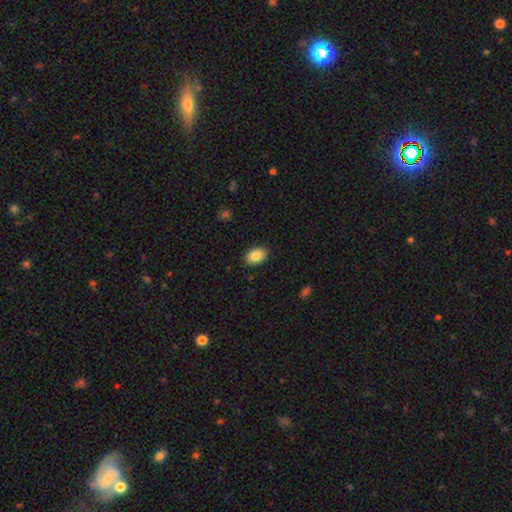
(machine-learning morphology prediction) Smooth or featured: smooth — 86% (star or artifact — 7%)
How rounded: in between — 87% (round — 12%)
Merging: none — 87% (minor disturbance — 10%)